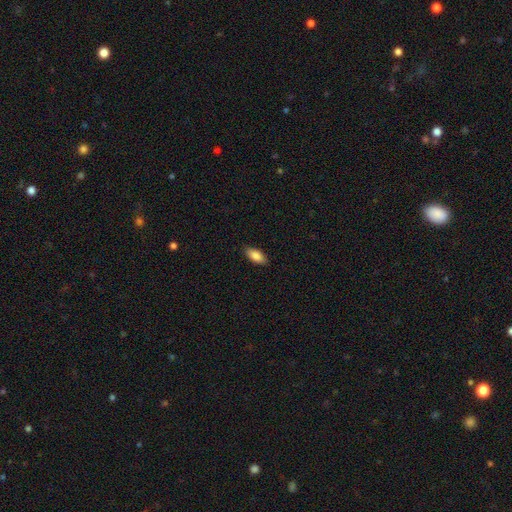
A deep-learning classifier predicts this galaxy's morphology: Smooth or featured? smooth (86%)
How rounded? in between (88%)
Merging? none (88%)